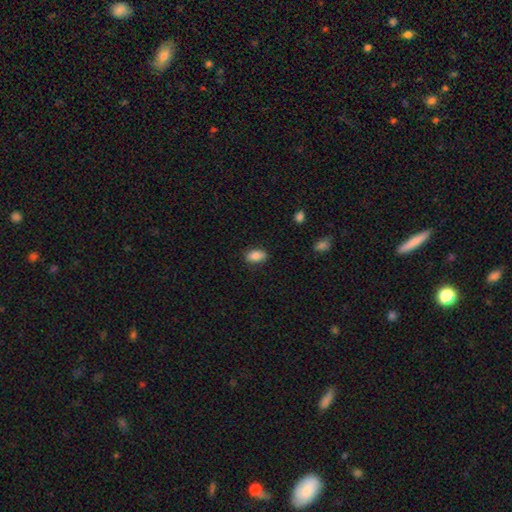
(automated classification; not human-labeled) Overall: smooth (85%). How rounded: in between (91%). Merging: none (85%).